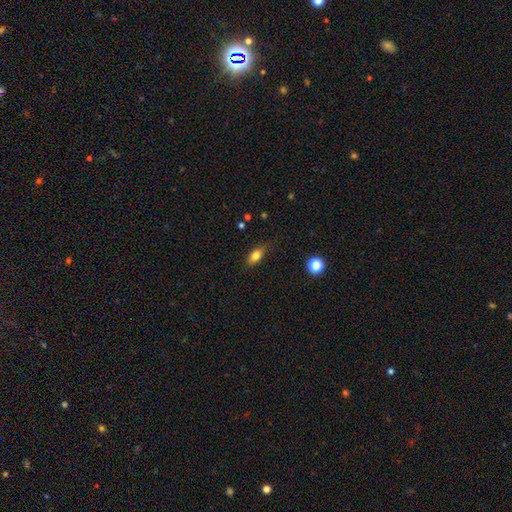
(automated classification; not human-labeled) The model was most divided on "merging": none: 78%, minor disturbance: 17%, major disturbance: 4%, merger: 1%. More confident: how rounded — in between (79%); smooth or featured — smooth (77%).